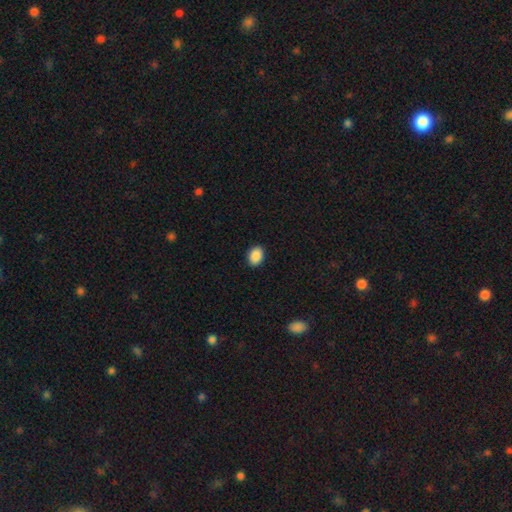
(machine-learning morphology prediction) The model was most divided on "how rounded": in between: 73%, round: 26%, cigar-shaped: 1%. More confident: merging — none (90%); smooth or featured — smooth (90%).